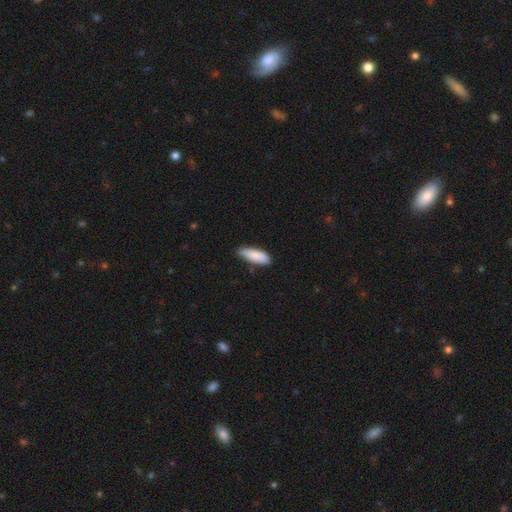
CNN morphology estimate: Smooth or featured? Predicted: smooth (p=0.87). How rounded? Predicted: in between (p=0.59). Merging? Predicted: none (p=0.70).